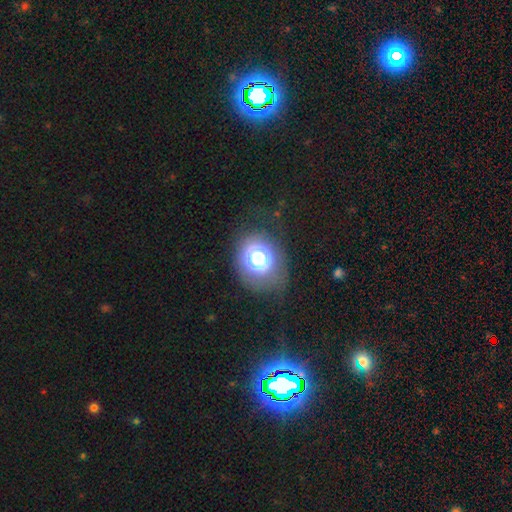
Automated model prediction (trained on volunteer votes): A smooth galaxy with no disk features (56%) that is round (58%).

Vote fractions:
- Smooth or featured? smooth: 56% / star or artifact: 29% / featured or disk: 16%
- How rounded? round: 58% / in between: 40% / cigar-shaped: 1%
- Merging? none: 71% / minor disturbance: 16% / major disturbance: 10% / merger: 3%